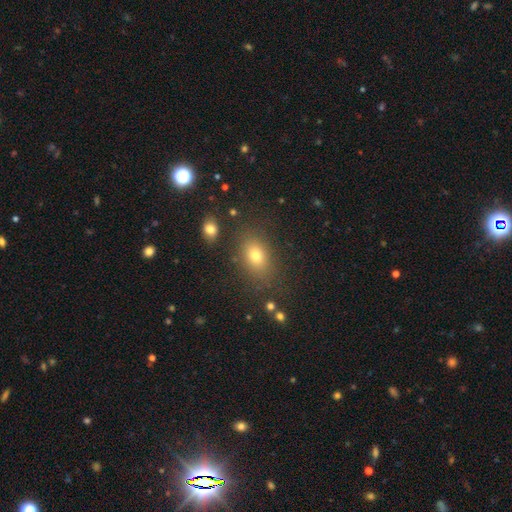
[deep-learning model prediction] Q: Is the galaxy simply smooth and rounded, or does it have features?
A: smooth — 73%.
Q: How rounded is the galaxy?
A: in between — 76%.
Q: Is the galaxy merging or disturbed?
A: none — 82%.